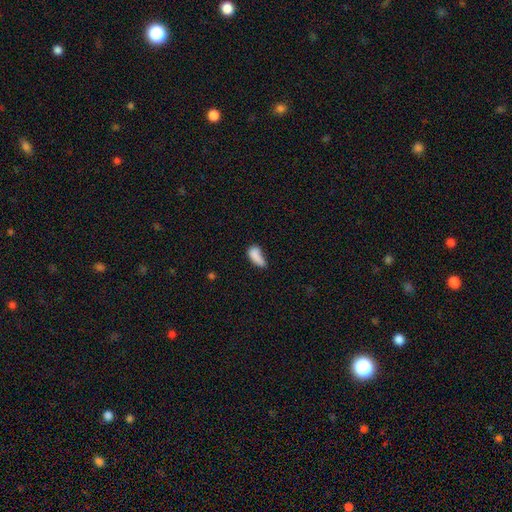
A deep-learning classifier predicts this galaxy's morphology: Q: Smooth or featured?
A: smooth (81%); runner-up: featured or disk (10%)
Q: How rounded?
A: in between (80%); runner-up: cigar-shaped (16%)
Q: Merging?
A: minor disturbance (35%); runner-up: none (34%)